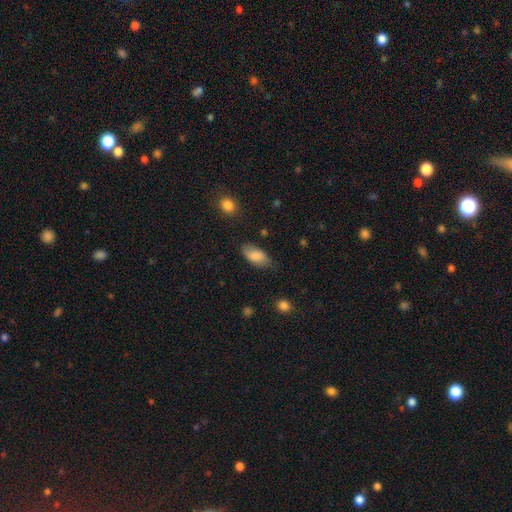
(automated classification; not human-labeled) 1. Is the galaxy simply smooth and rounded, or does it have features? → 80% smooth, 12% featured or disk, 7% star or artifact.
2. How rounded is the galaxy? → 92% in between, 4% cigar-shaped, 3% round.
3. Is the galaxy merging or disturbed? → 69% none, 24% minor disturbance, 5% major disturbance, 2% merger.